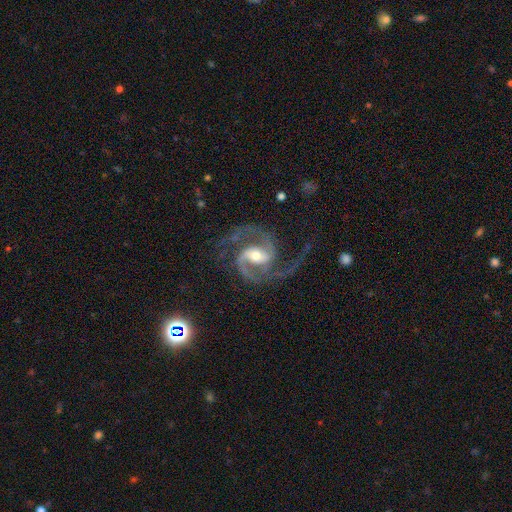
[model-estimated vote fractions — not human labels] Smooth or featured?
  - featured or disk: 93% *
  - star or artifact: 4%
  - smooth: 2%
Edge-on disk?
  - no: 98% *
  - yes: 2%
Bar?
  - weak: 42% *
  - strong: 38%
  - no: 20%
Spiral arms?
  - yes: 99% *
  - no: 1%
Spiral winding?
  - medium: 64% *
  - loose: 20%
  - tight: 15%
Spiral arm count?
  - 2: 88% *
  - 3: 6%
  - can't tell: 2%
  - 1: 2%
  - 4: 2%
  - more than 4: 1%
Bulge size?
  - moderate: 64% *
  - small: 27%
  - large: 7%
  - none: 1%
  - dominant: 1%
Merging?
  - none: 71% *
  - minor disturbance: 14%
  - major disturbance: 13%
  - merger: 2%